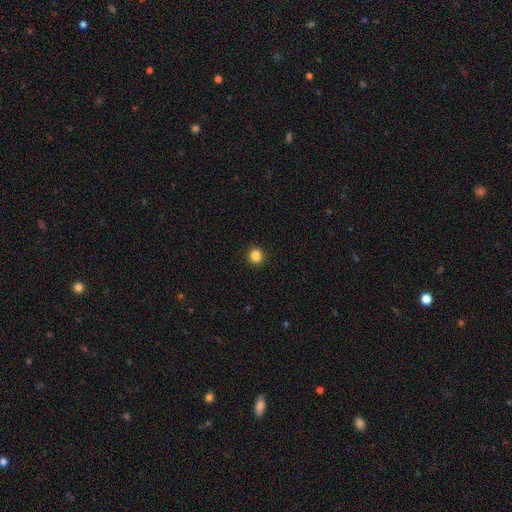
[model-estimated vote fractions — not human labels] Smooth or featured: smooth — 85% (star or artifact — 11%)
How rounded: round — 88% (in between — 11%)
Merging: none — 93% (minor disturbance — 5%)